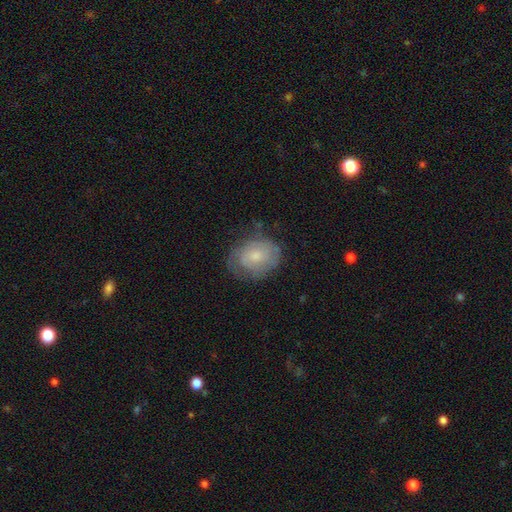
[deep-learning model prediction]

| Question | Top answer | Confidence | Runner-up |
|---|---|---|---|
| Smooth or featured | smooth | 48% | featured or disk (45%) |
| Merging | none | 62% | minor disturbance (25%) |